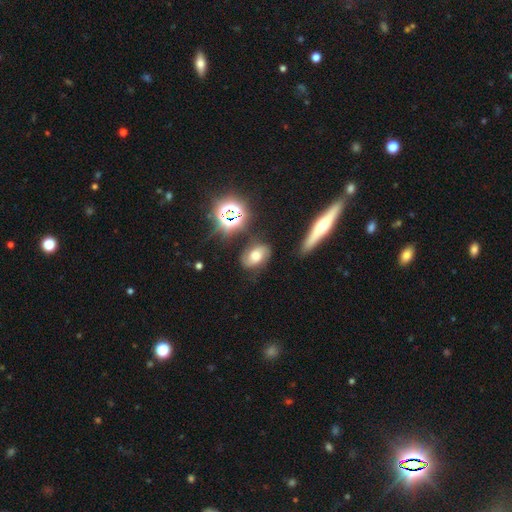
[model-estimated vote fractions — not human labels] The model was most divided on "smooth or featured": smooth: 43%, featured or disk: 38%, star or artifact: 19%. More confident: merging — none (72%).